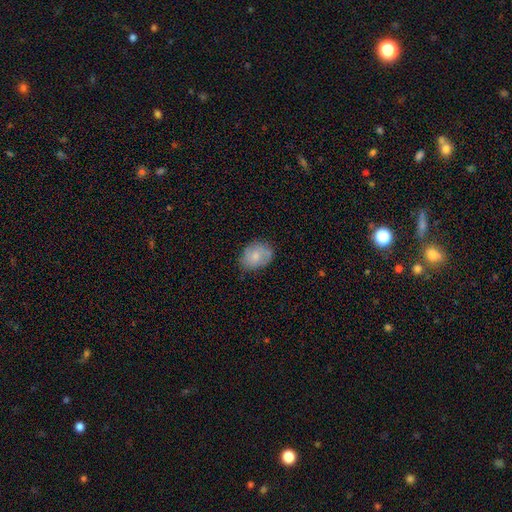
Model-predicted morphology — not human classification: This is likely a smooth galaxy (67%). How rounded: possibly in between (59%). Merging: likely none (72%).